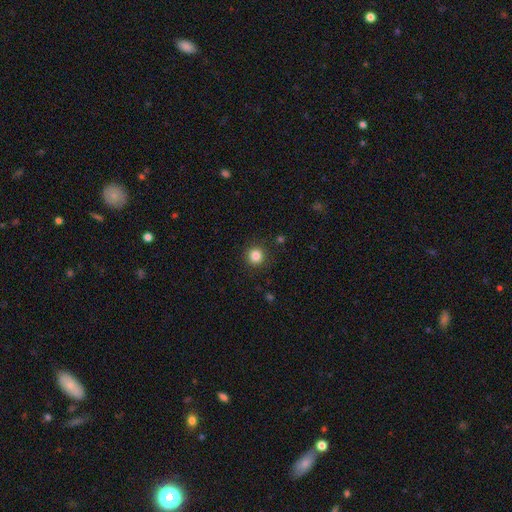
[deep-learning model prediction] Smooth or featured? smooth (84%)
How rounded? round (94%)
Merging? none (90%)